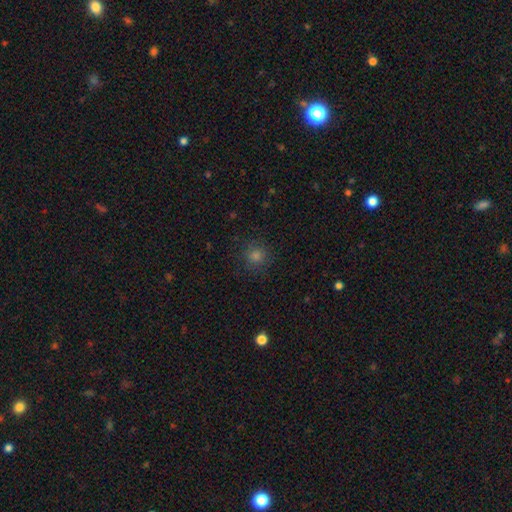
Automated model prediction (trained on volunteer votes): A smooth galaxy with no disk features (71%) that is round (92%).

Vote fractions:
- Smooth or featured? smooth: 71% / star or artifact: 23% / featured or disk: 6%
- How rounded? round: 92% / in between: 7% / cigar-shaped: 1%
- Merging? none: 88% / minor disturbance: 8% / major disturbance: 3% / merger: 1%